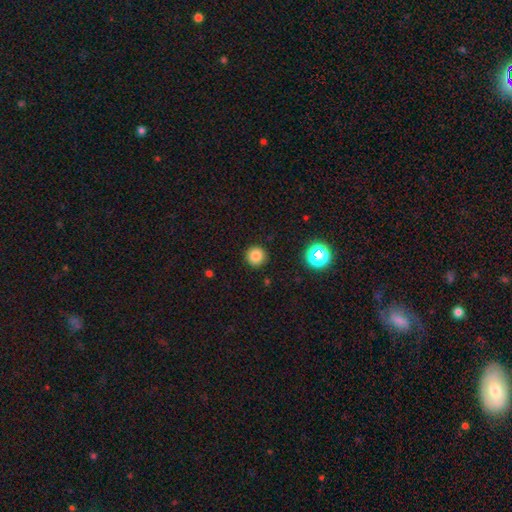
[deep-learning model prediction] Q: Smooth or featured?
A: smooth (82%); runner-up: star or artifact (14%)
Q: How rounded?
A: round (95%); runner-up: in between (4%)
Q: Merging?
A: none (91%); runner-up: minor disturbance (6%)